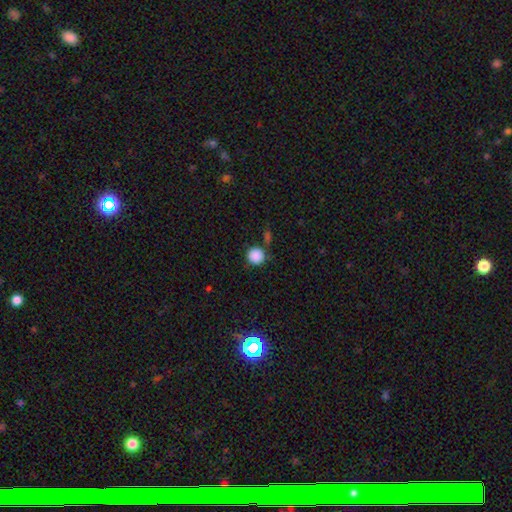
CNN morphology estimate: Smooth or featured: smooth — 87% (star or artifact — 10%)
How rounded: round — 94% (in between — 5%)
Merging: none — 77% (minor disturbance — 11%)